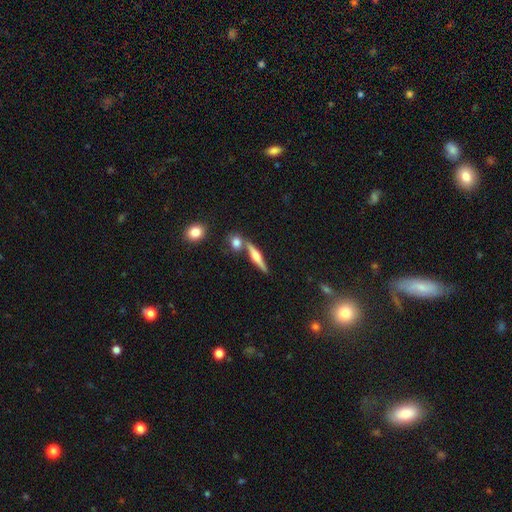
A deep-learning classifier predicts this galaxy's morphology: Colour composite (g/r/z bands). It shows a featured or disk galaxy (59%) viewed edge-on (96%) with a rounded central bulge (83%). Merging: none (72%).